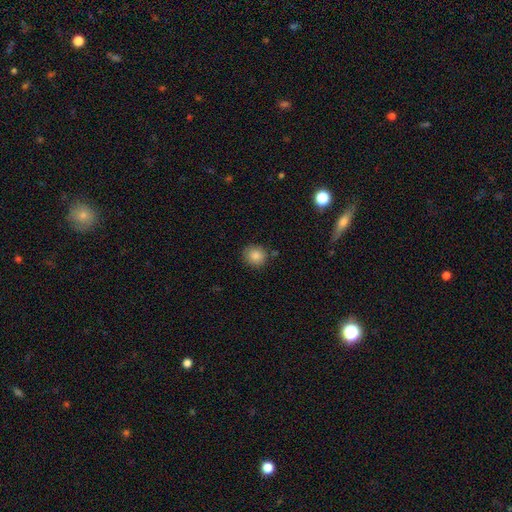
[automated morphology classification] Smooth or featured? smooth (85%)
How rounded? round (87%)
Merging? none (83%)